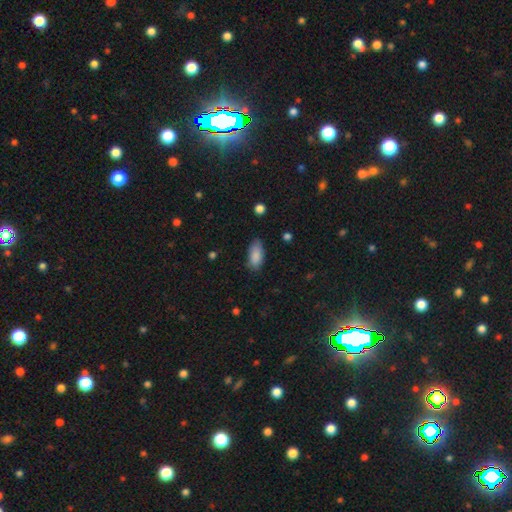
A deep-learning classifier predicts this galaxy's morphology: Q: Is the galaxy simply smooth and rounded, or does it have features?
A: smooth — 87%.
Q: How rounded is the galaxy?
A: in between — 91%.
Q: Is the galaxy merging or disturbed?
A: none — 74%.